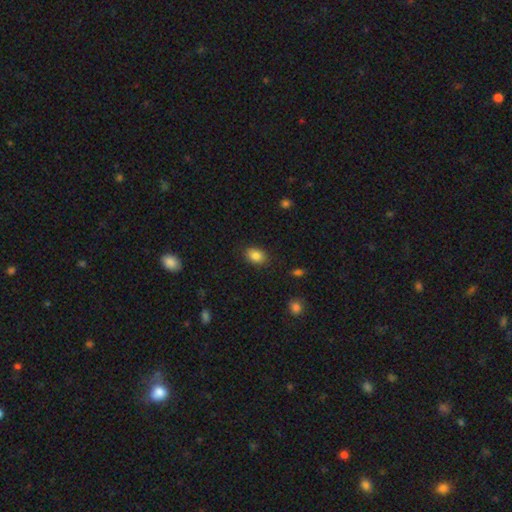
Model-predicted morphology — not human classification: Smooth or featured? Predicted: smooth (p=0.85). How rounded? Predicted: in between (p=0.76). Merging? Predicted: none (p=0.85).